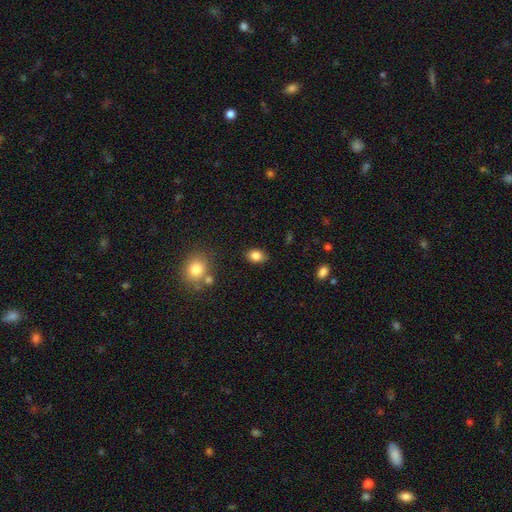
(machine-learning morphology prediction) Smooth or featured? Predicted: smooth (p=0.84). How rounded? Predicted: in between (p=0.76). Merging? Predicted: none (p=0.84).